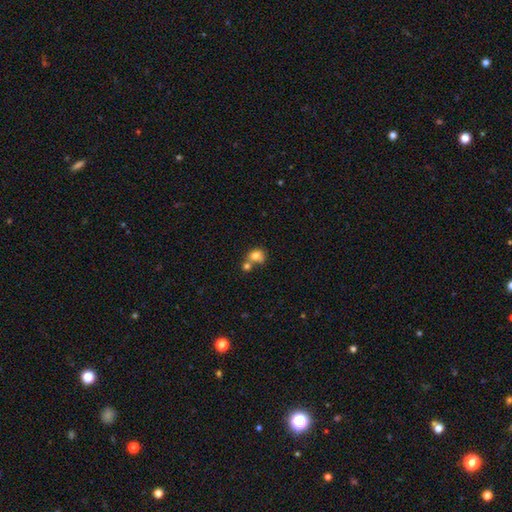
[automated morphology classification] smooth-or-featured: smooth: 76% | featured or disk: 13% | star or artifact: 11%
  how-rounded: round: 65% | in between: 34% | cigar-shaped: 1%
  merging: merger: 52% | none: 34% | minor disturbance: 10% | major disturbance: 5%